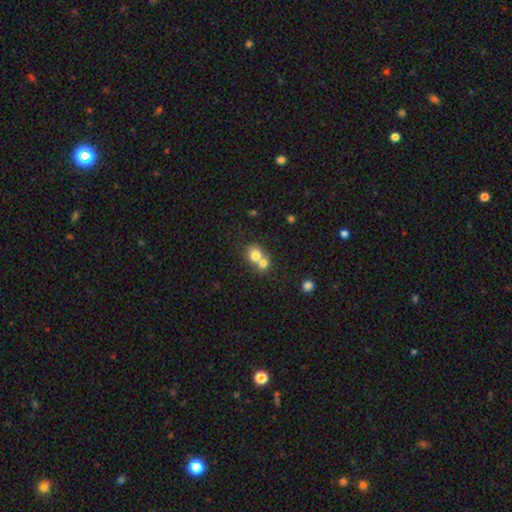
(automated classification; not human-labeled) smooth_or_featured: smooth (p=0.75) [alt: featured or disk p=0.15]
how_rounded: round (p=0.71) [alt: in between p=0.28]
merging: merger (p=0.66) [alt: none p=0.26]